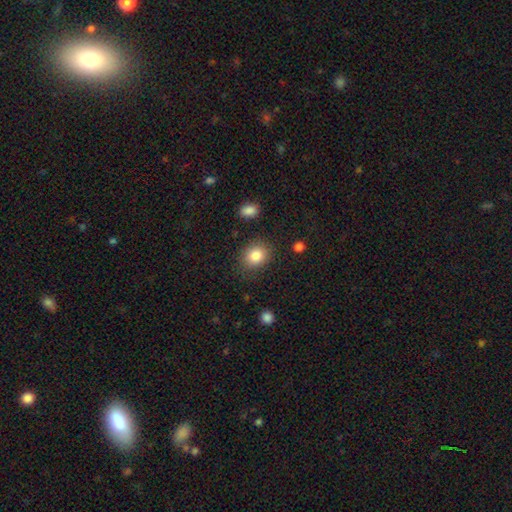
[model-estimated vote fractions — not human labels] A smooth galaxy with no disk features (85%) that is round (60%). Merging: none (83%).